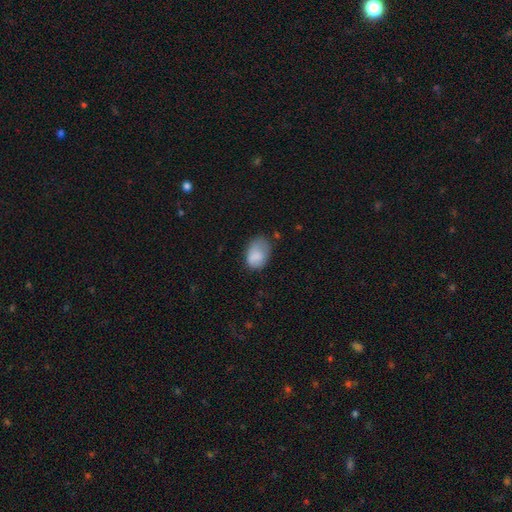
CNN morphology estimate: Smooth or featured? smooth (81%)
How rounded? in between (83%)
Merging? none (43%)